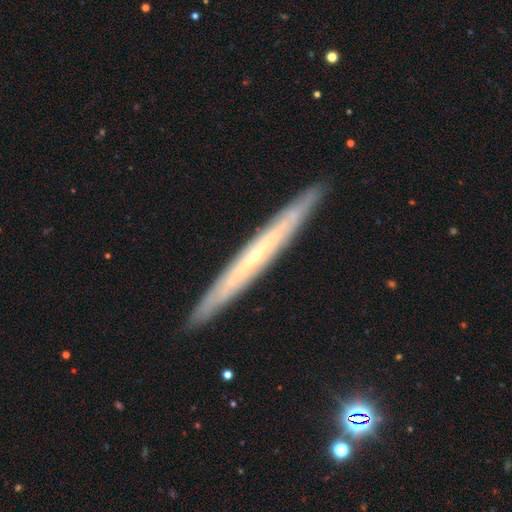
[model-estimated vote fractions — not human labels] featured or disk 71%, smooth 23%, star or artifact 6%. Down the decision tree: edge-on disk — yes (91%); edge-on bulge — none (68%); merging — none (91%).